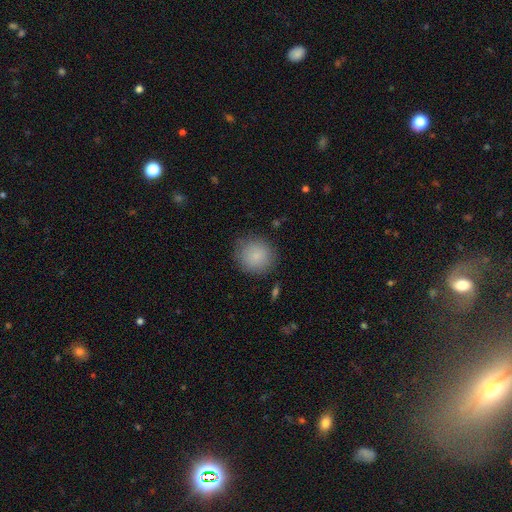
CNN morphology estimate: The model was most divided on "merging": none: 84%, minor disturbance: 11%, major disturbance: 4%, merger: 1%. More confident: how rounded — round (91%); smooth or featured — smooth (85%).